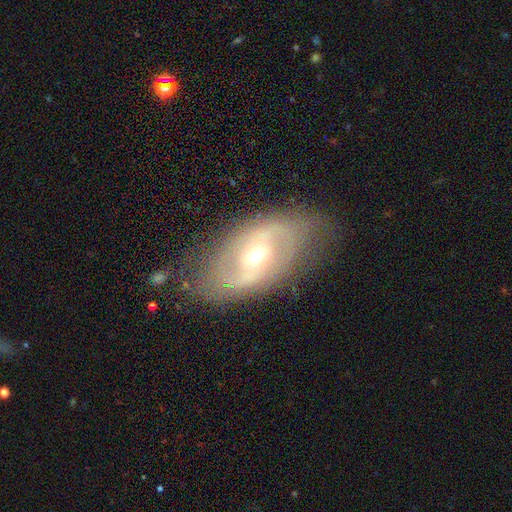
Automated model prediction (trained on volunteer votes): smooth_or_featured: featured or disk (p=0.74) [alt: smooth p=0.19]
disk_edge_on: no (p=0.93) [alt: yes p=0.07]
bar: weak (p=0.43) [alt: no p=0.36]
has_spiral_arms: yes (p=0.72) [alt: no p=0.28]
bulge_size: moderate (p=0.61) [alt: small p=0.32]
merging: none (p=0.72) [alt: minor disturbance p=0.17]